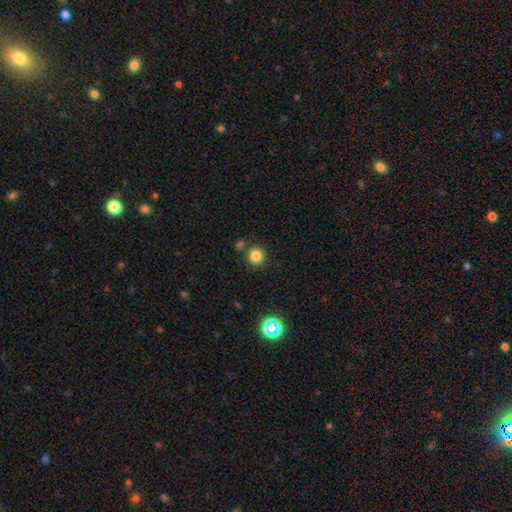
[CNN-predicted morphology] smooth 82%, star or artifact 13%, featured or disk 5%. Down the decision tree: how rounded — round (93%); merging — none (80%).